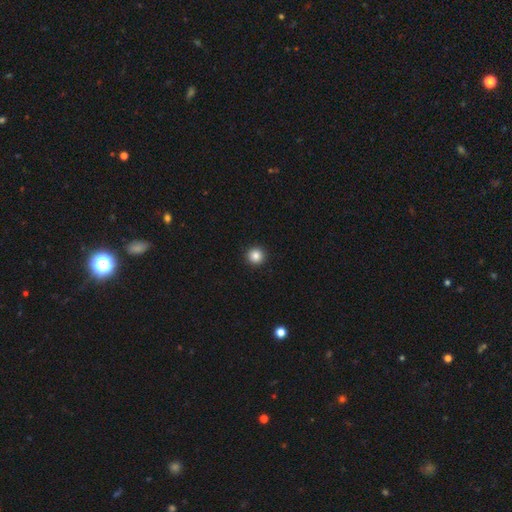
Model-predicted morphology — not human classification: smooth-or-featured: smooth: 85% | star or artifact: 11% | featured or disk: 4%
  how-rounded: round: 95% | in between: 4% | cigar-shaped: 1%
  merging: none: 94% | minor disturbance: 4% | major disturbance: 1% | merger: 1%